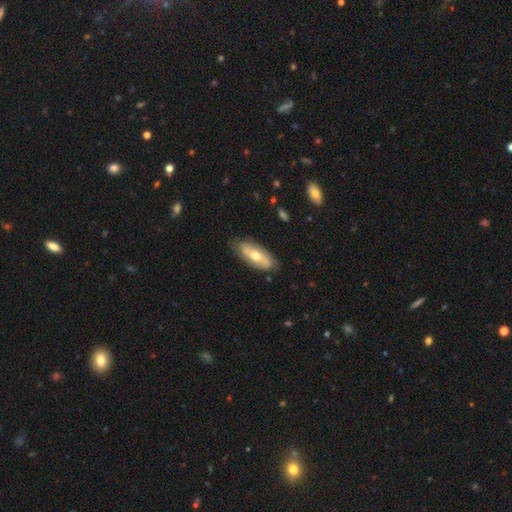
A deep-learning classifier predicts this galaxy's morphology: Smooth or featured?
  - featured or disk: 58% *
  - smooth: 36%
  - star or artifact: 6%
Edge-on disk?
  - no: 81% *
  - yes: 19%
Merging?
  - none: 82% *
  - minor disturbance: 14%
  - major disturbance: 3%
  - merger: 1%